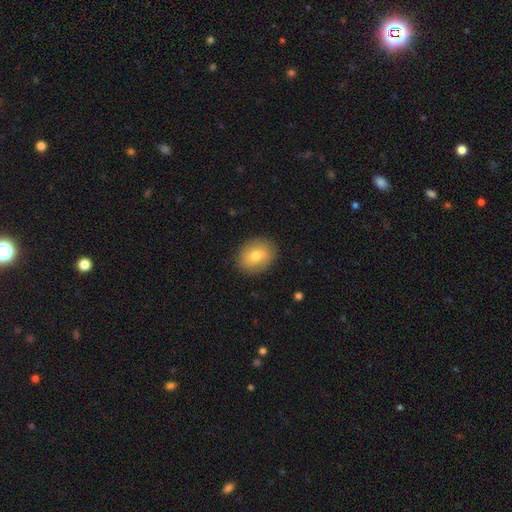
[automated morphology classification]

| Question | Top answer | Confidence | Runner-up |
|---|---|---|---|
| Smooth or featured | smooth | 71% | featured or disk (21%) |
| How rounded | round | 51% | in between (48%) |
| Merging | none | 85% | minor disturbance (11%) |